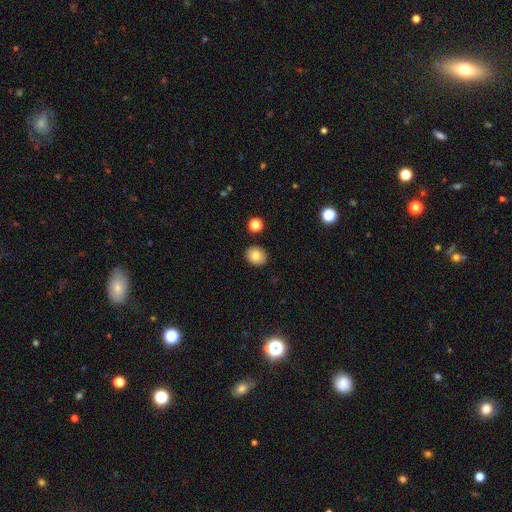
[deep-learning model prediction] This appears to be a smooth galaxy with no disk features (81%) that is round (67%). Merging: none (88%).